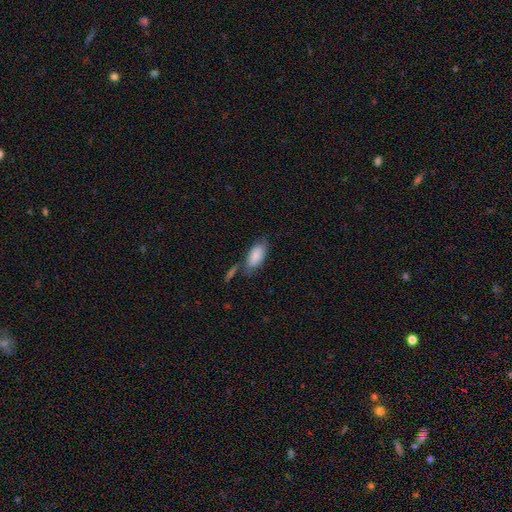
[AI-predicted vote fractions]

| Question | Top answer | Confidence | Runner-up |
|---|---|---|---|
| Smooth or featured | smooth | 85% | featured or disk (9%) |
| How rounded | in between | 92% | cigar-shaped (6%) |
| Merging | none | 55% | minor disturbance (21%) |